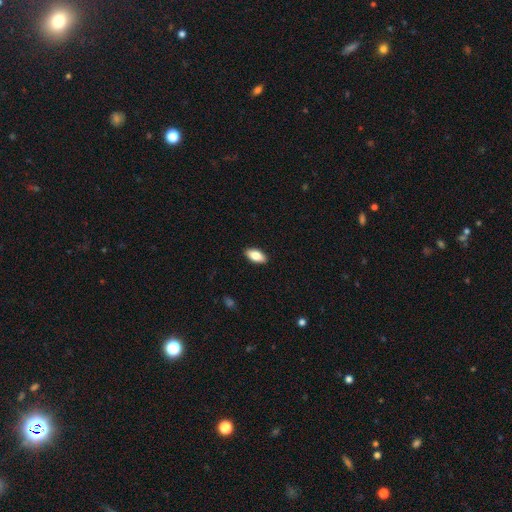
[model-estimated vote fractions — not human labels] Morphology: type=smooth (82%); roundness=in between (90%); merging=none (90%).